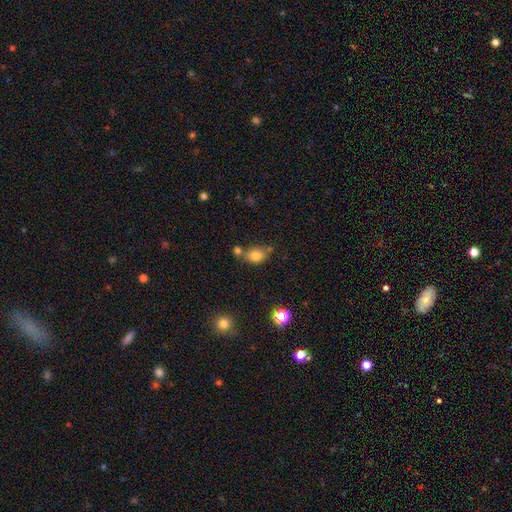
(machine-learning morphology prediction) The model was most divided on "how rounded": in between: 57%, round: 42%, cigar-shaped: 1%. More confident: smooth or featured — smooth (80%); merging — none (52%).